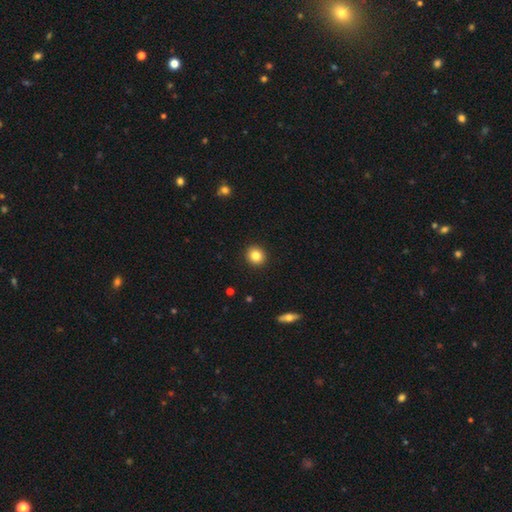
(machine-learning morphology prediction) Smooth or featured? smooth (83%)
How rounded? round (90%)
Merging? none (93%)